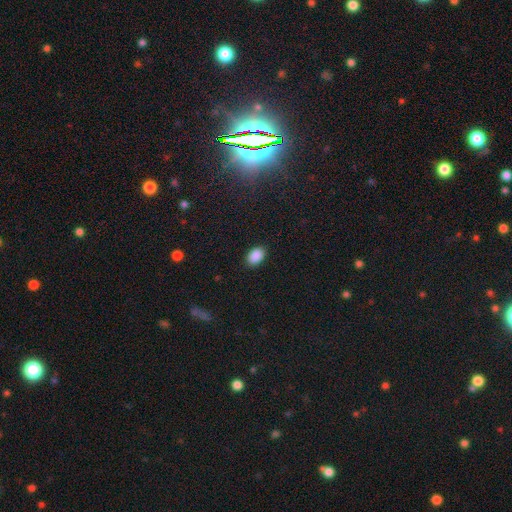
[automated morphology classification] smooth-or-featured: smooth: 89% | star or artifact: 8% | featured or disk: 3%
  how-rounded: in between: 86% | round: 12% | cigar-shaped: 1%
  merging: none: 88% | minor disturbance: 9% | major disturbance: 2% | merger: 1%